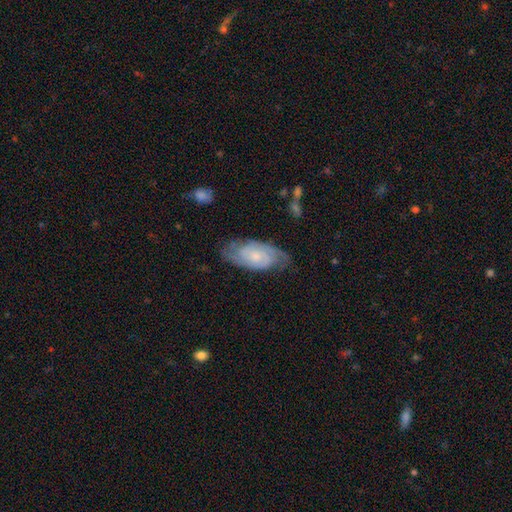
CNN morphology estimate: Smooth or featured: featured or disk — 76% (smooth — 18%)
Edge-on disk: no — 94% (yes — 6%)
Bar: no — 67% (weak — 29%)
Spiral arms: yes — 94% (no — 6%)
Spiral winding: tight — 59% (medium — 33%)
Spiral arm count: 2 — 61% (can't tell — 22%)
Bulge size: small — 53% (moderate — 36%)
Merging: none — 71% (minor disturbance — 21%)